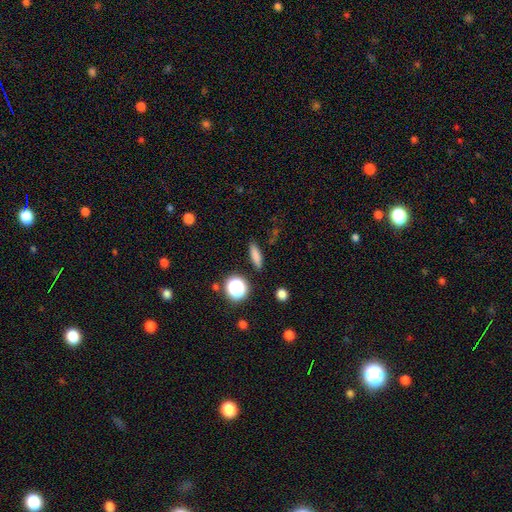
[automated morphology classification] Smooth or featured? smooth (79%)
How rounded? cigar-shaped (58%)
Merging? none (87%)